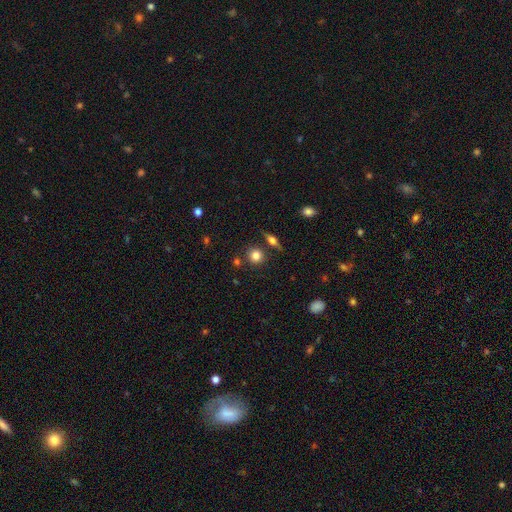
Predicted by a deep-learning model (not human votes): Smooth or featured? Predicted: smooth (p=0.79). How rounded? Predicted: round (p=0.89). Merging? Predicted: none (p=0.79).